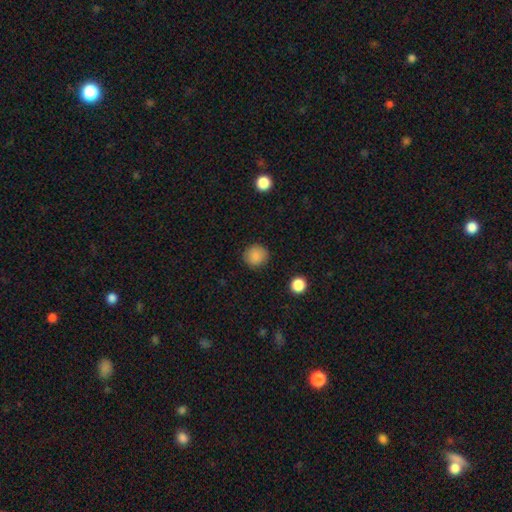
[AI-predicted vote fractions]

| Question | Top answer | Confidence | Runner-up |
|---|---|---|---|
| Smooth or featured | smooth | 87% | star or artifact (9%) |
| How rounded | round | 91% | in between (8%) |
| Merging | none | 89% | minor disturbance (8%) |